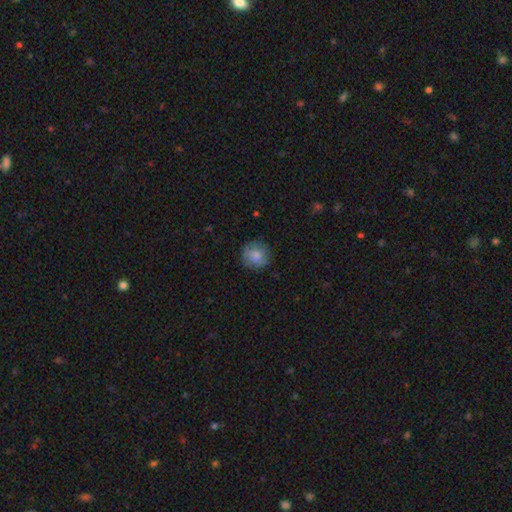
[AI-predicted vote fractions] This appears to be a smooth galaxy with no disk features (78%) that is round (91%). Merging: none (81%).